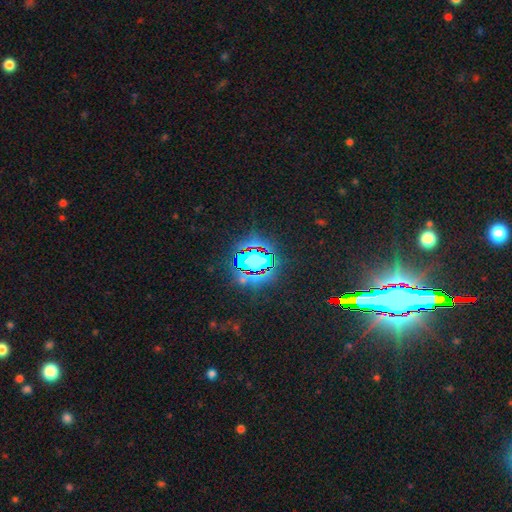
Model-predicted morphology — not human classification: This is likely a star or artifact rather than a galaxy (68%).